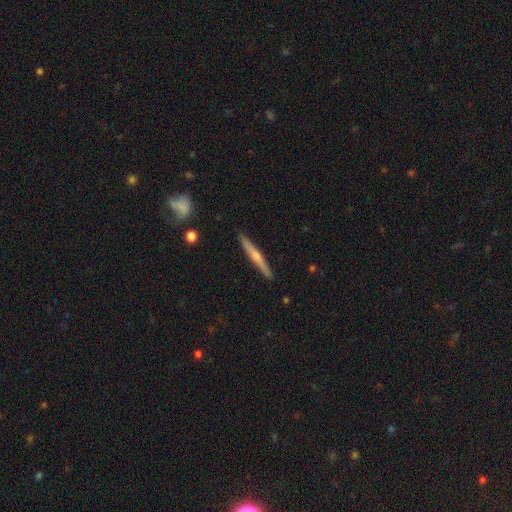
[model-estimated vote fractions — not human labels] Smooth or featured: featured or disk — 56% (smooth — 38%)
Edge-on disk: yes — 97% (no — 3%)
Edge-on bulge: rounded — 69% (none — 25%)
Merging: none — 90% (minor disturbance — 7%)